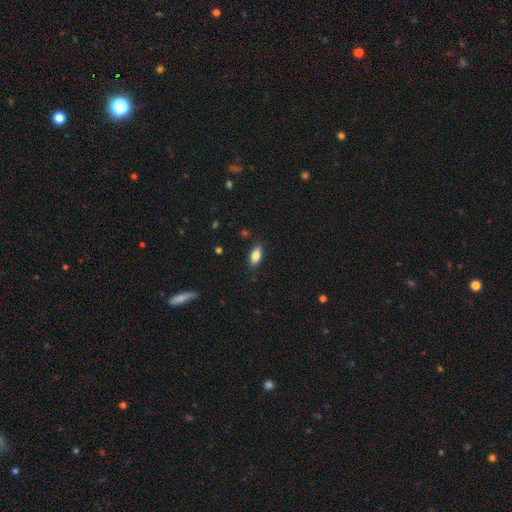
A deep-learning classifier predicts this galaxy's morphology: A smooth galaxy with no disk features (81%) that is in between round and cigar-shaped (82%). Merging: none (85%).